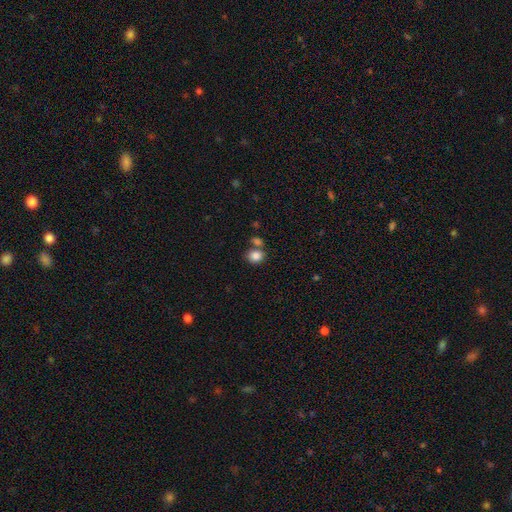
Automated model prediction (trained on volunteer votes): Morphology: type=smooth (84%); roundness=round (59%); merging=none (60%).